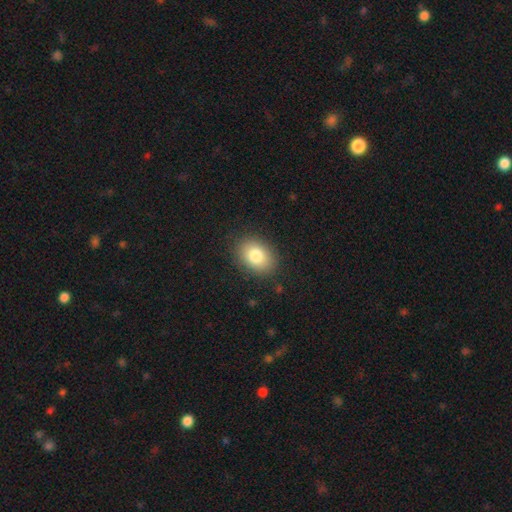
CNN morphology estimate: Smooth or featured? Predicted: smooth (p=0.81). How rounded? Predicted: in between (p=0.70). Merging? Predicted: none (p=0.86).